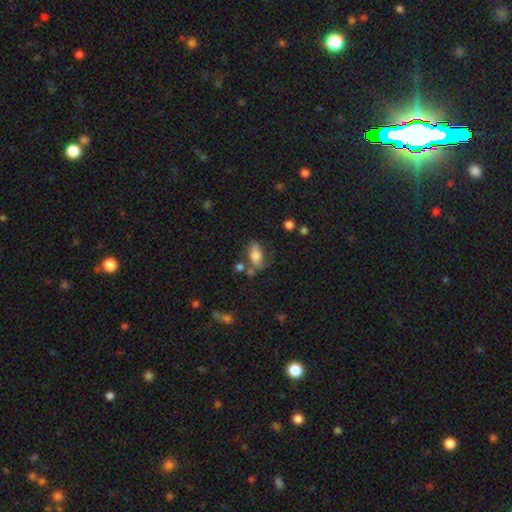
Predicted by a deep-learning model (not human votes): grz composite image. It shows a smooth galaxy with no disk features (64%) that is in between round and cigar-shaped (86%). Merging: none (45%).